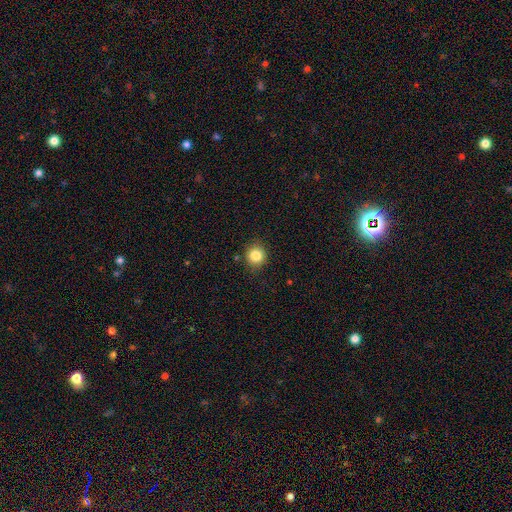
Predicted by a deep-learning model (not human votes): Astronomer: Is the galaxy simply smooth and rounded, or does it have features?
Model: smooth — 84%.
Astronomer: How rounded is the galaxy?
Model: round — 87%.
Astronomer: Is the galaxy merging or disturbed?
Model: none — 87%.